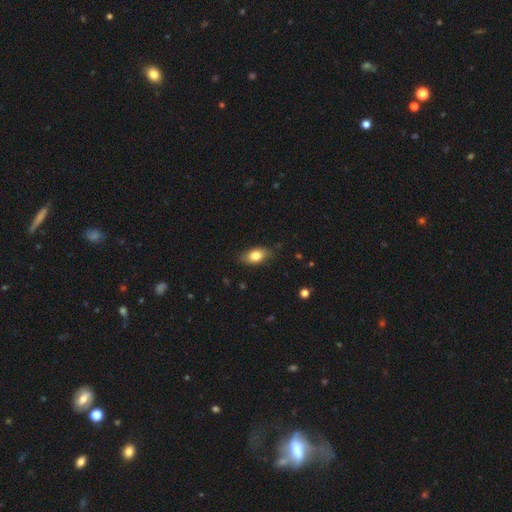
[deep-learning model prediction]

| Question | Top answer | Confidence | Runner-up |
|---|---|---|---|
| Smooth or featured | smooth | 79% | featured or disk (13%) |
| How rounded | in between | 87% | round (8%) |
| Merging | none | 80% | minor disturbance (16%) |